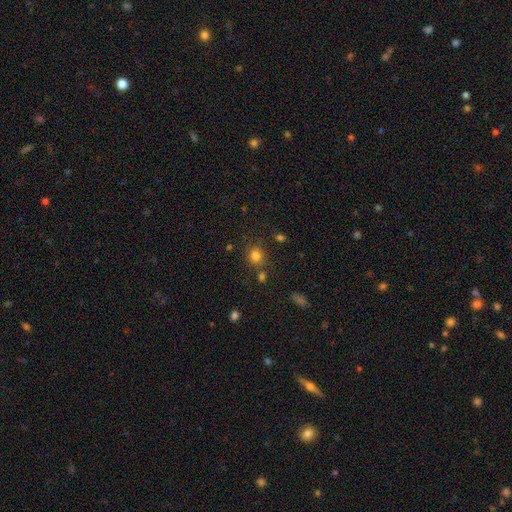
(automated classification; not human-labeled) This is likely a smooth galaxy (80%). How rounded: likely round (79%). Merging: likely none (76%).